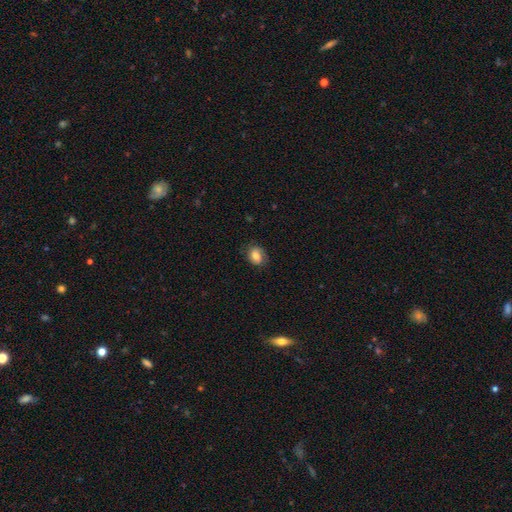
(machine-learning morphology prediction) This appears to be a smooth galaxy with no disk features (69%) that is in between round and cigar-shaped (53%). Merging: none (74%).